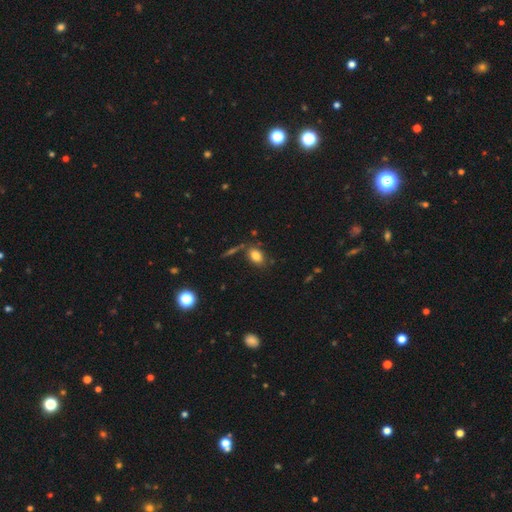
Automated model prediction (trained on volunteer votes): This is clearly a smooth galaxy (81%). How rounded: likely in between (80%). Merging: likely none (71%).